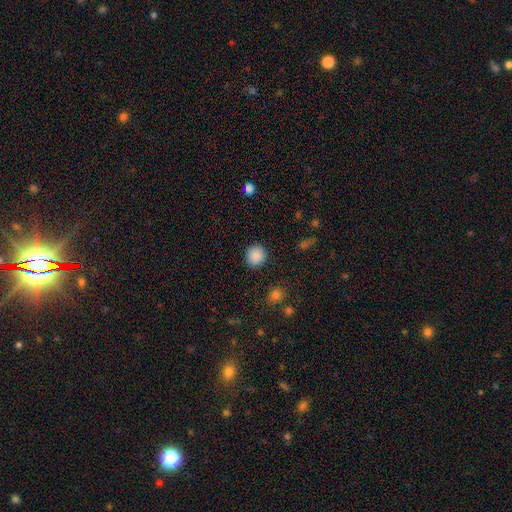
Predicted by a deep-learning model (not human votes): Smooth or featured: smooth — 88% (star or artifact — 9%)
How rounded: round — 88% (in between — 11%)
Merging: none — 90% (minor disturbance — 7%)